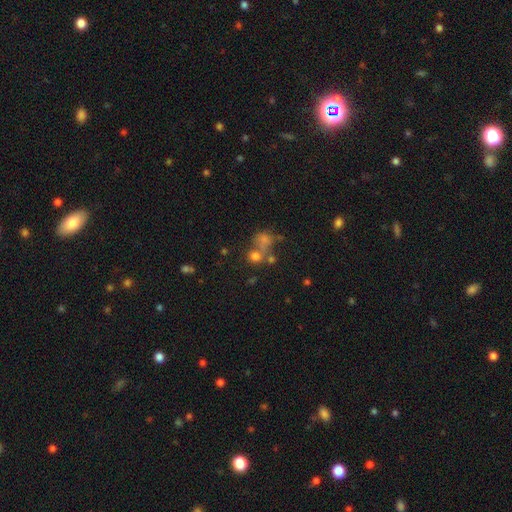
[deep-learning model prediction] smooth_or_featured: smooth (p=0.66) [alt: star or artifact p=0.20]
how_rounded: round (p=0.75) [alt: in between p=0.24]
merging: none (p=0.41) [tied with: merger p=0.41]